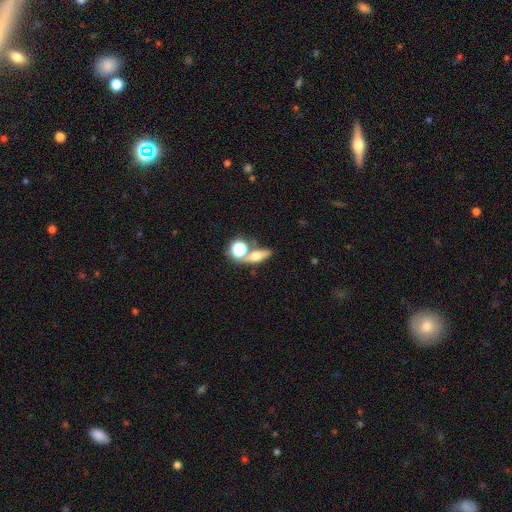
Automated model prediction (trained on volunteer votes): smooth_or_featured: smooth (p=0.53) [alt: featured or disk p=0.31]
how_rounded: in between (p=0.46) [alt: cigar-shaped p=0.29]
merging: none (p=0.56) [alt: merger p=0.27]